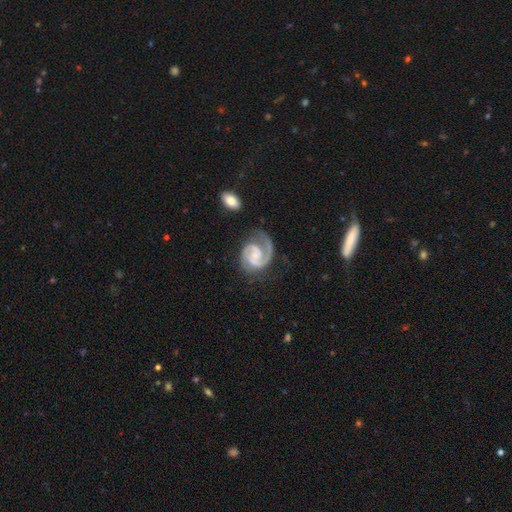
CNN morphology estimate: This appears to be a featured or disk galaxy (90%) with no bar (54%), 2 (65%) medium (45%, tied with tight) spiral arms (98%) and a small central bulge (51%). Merging: none (57%).